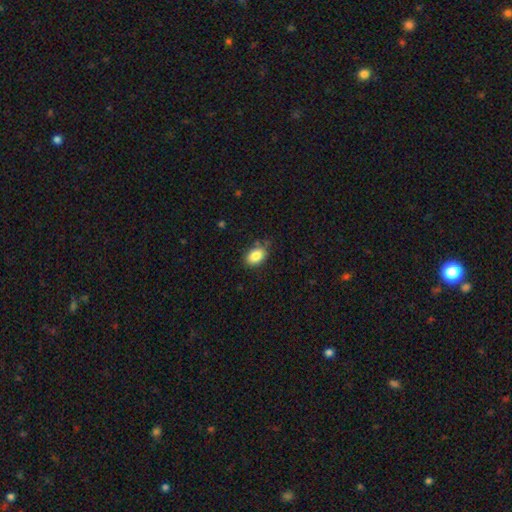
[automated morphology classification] smooth-or-featured: smooth: 86% | star or artifact: 8% | featured or disk: 6%
  how-rounded: in between: 82% | round: 16% | cigar-shaped: 1%
  merging: none: 77% | minor disturbance: 17% | major disturbance: 4% | merger: 2%